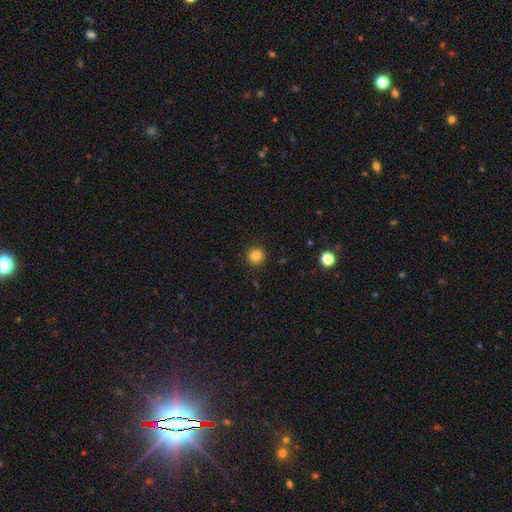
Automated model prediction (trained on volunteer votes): Smooth or featured? smooth (84%)
How rounded? round (92%)
Merging? none (90%)